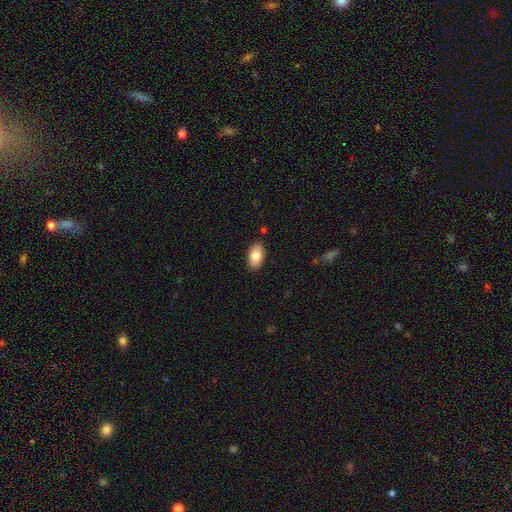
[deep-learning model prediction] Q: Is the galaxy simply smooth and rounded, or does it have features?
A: smooth — 83%.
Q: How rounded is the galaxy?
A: in between — 94%.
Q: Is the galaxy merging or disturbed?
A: none — 88%.